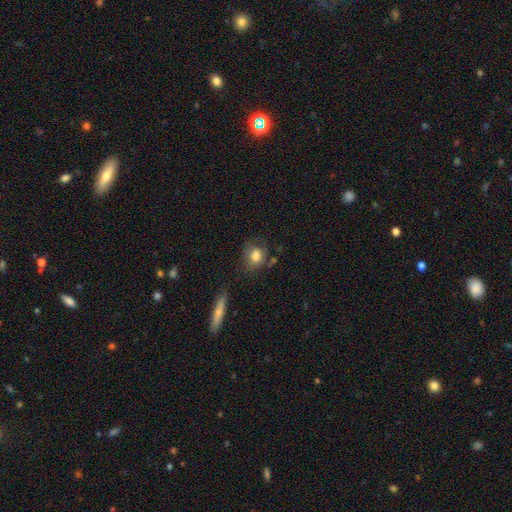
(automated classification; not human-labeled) Q: Smooth or featured?
A: smooth (78%); runner-up: featured or disk (13%)
Q: How rounded?
A: in between (50%); runner-up: round (48%)
Q: Merging?
A: none (59%); runner-up: minor disturbance (24%)